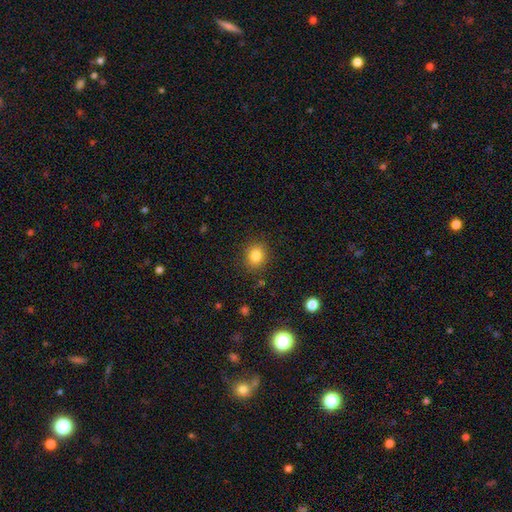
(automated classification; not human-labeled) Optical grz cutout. It shows a smooth galaxy with no disk features (83%) that is round (69%). Merging: none (86%).